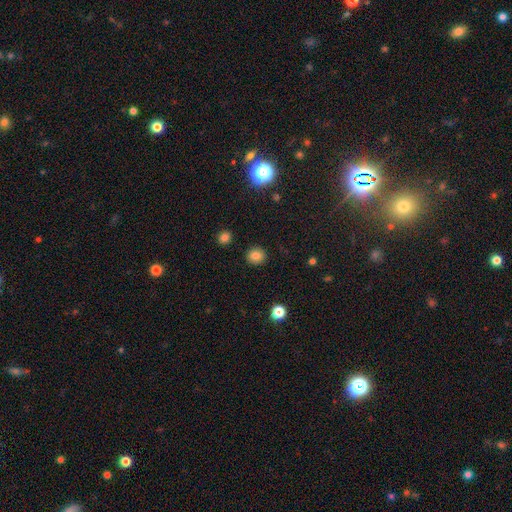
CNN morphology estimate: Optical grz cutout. It shows a smooth galaxy with no disk features (82%) that is round (86%). Merging: none (91%).